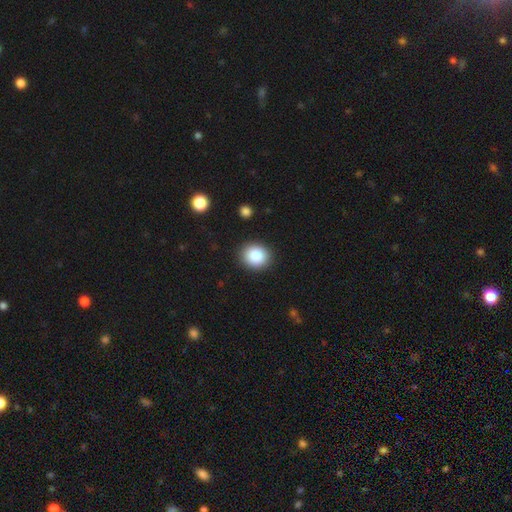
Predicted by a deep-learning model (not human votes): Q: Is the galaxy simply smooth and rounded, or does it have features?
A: smooth — 85%.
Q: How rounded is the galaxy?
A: round — 74%.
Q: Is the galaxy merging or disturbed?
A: none — 90%.